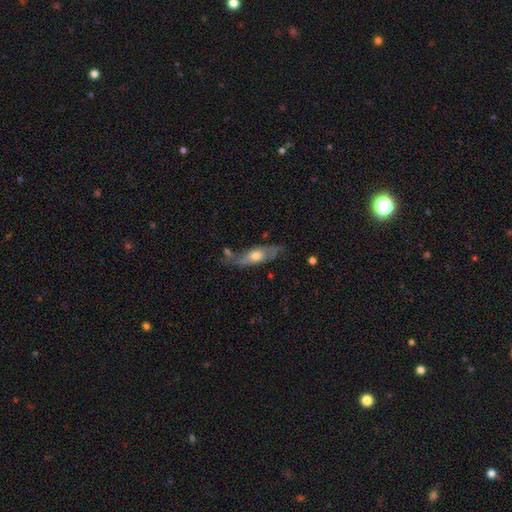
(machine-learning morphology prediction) Smooth or featured: featured or disk — 54% (smooth — 39%)
Edge-on disk: no — 68% (yes — 32%)
Merging: none — 47% (minor disturbance — 28%)